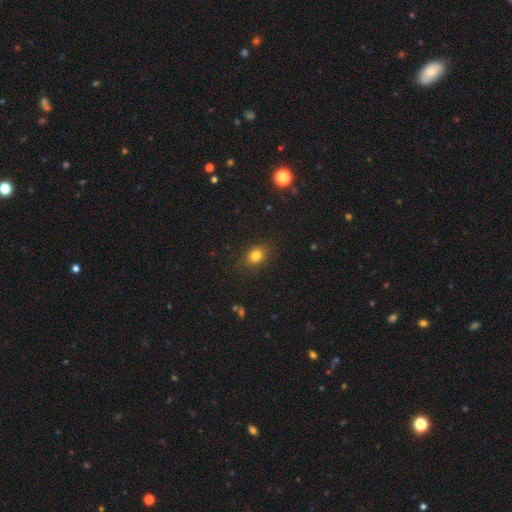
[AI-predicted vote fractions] smooth_or_featured: smooth (p=0.80) [alt: star or artifact p=0.13]
how_rounded: round (p=0.50) [alt: in between p=0.48]
merging: none (p=0.83) [alt: minor disturbance p=0.12]